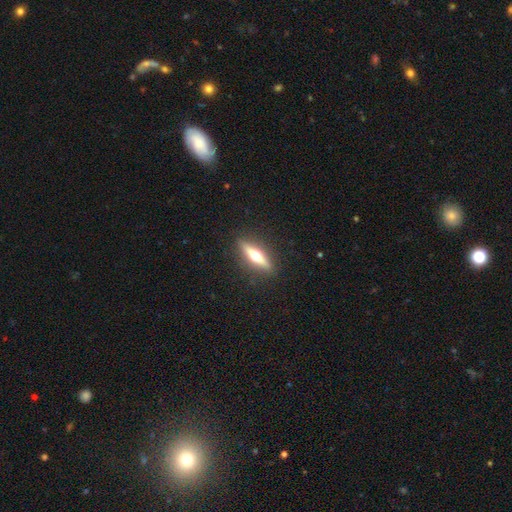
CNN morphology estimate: Overall: featured or disk (62%; smooth 32%). Edge-on disk: yes (95%). Edge-on bulge: rounded (95%). Merging: none (90%).